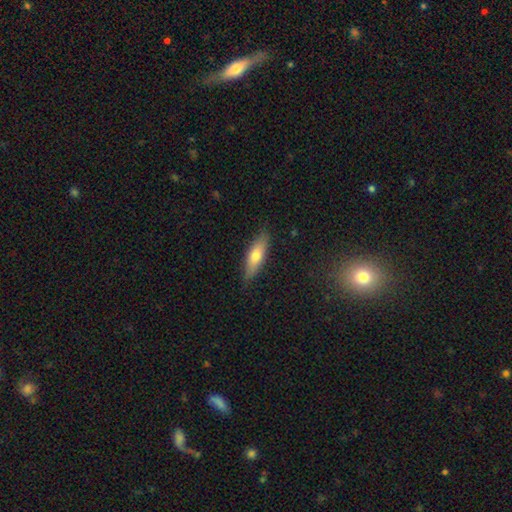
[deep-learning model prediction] This is likely a smooth galaxy (67%). How rounded: possibly cigar-shaped (52%). Merging: clearly none (84%).